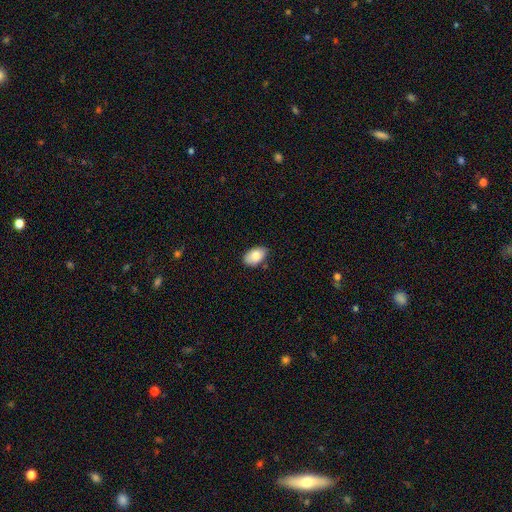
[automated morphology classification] A smooth galaxy with no disk features (80%) that is in between round and cigar-shaped (91%).

Vote fractions:
- Smooth or featured? smooth: 80% / featured or disk: 13% / star or artifact: 7%
- How rounded? in between: 91% / round: 8% / cigar-shaped: 1%
- Merging? none: 80% / minor disturbance: 15% / major disturbance: 2% / merger: 2%